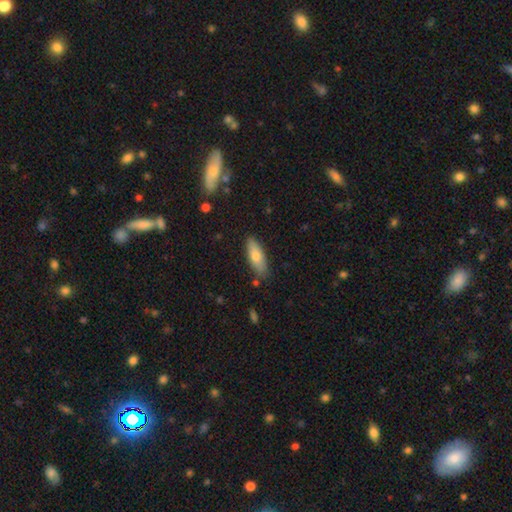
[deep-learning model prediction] A smooth galaxy with no disk features (73%) that is in between round and cigar-shaped (61%).

Vote fractions:
- Smooth or featured? smooth: 73% / featured or disk: 20% / star or artifact: 6%
- How rounded? in between: 61% / cigar-shaped: 37% / round: 2%
- Merging? none: 84% / minor disturbance: 12% / merger: 2% / major disturbance: 2%